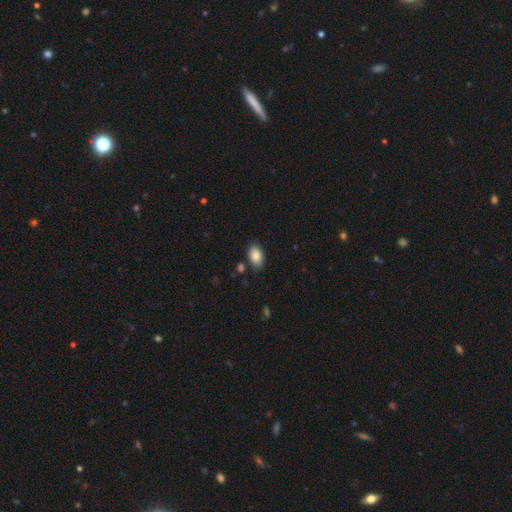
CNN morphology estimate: type=smooth (87%); roundness=in between (90%); merging=none (81%).